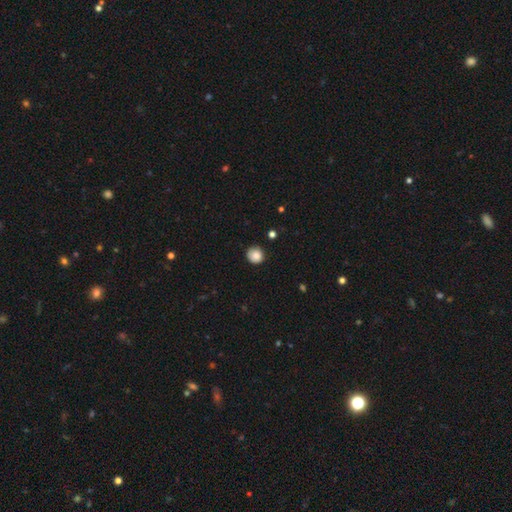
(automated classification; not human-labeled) Overall: smooth (85%). How rounded: round (92%). Merging: none (87%).